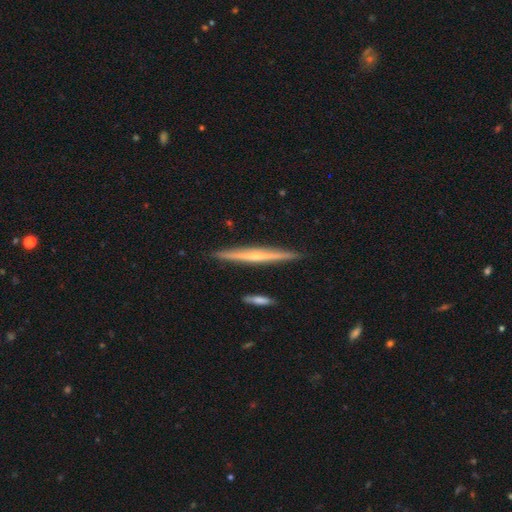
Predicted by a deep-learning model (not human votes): Q: Smooth or featured?
A: featured or disk (68%); runner-up: smooth (26%)
Q: Edge-on disk?
A: yes (98%); runner-up: no (2%)
Q: Edge-on bulge?
A: none (47%); tied with: rounded (47%)
Q: Merging?
A: none (90%); runner-up: minor disturbance (6%)